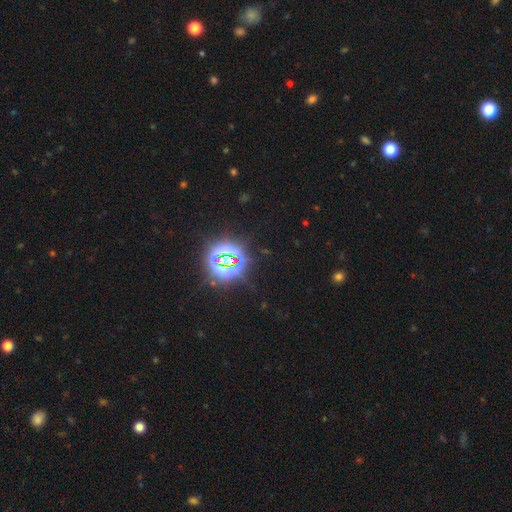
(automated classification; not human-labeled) The model was most divided on "smooth or featured": star or artifact: 82%, smooth: 12%, featured or disk: 5%.